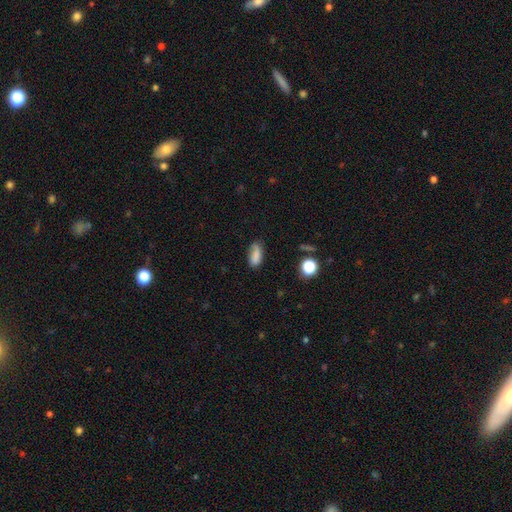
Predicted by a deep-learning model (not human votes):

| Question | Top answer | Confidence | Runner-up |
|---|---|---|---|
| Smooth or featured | smooth | 81% | star or artifact (10%) |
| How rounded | in between | 84% | cigar-shaped (12%) |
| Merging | none | 66% | minor disturbance (25%) |